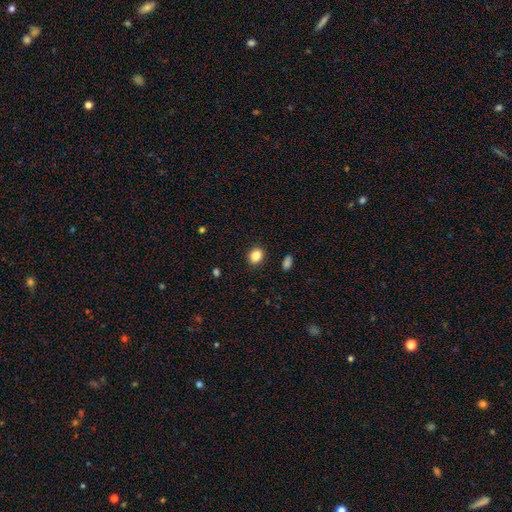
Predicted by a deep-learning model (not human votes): Smooth or featured? Predicted: smooth (p=0.85). How rounded? Predicted: round (p=0.57). Merging? Predicted: none (p=0.90).